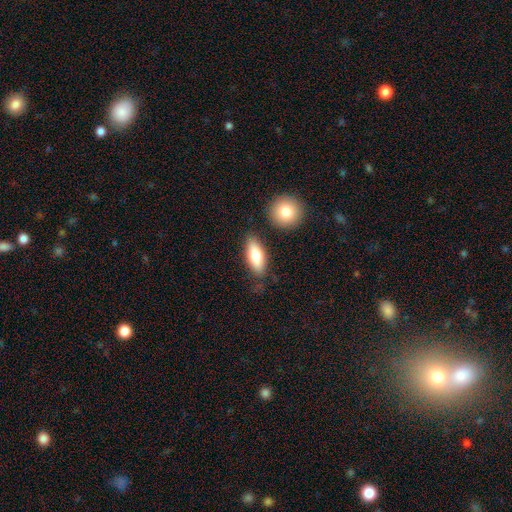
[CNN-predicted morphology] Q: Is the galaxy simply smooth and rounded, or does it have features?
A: smooth — 75%.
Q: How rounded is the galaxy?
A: in between — 78%.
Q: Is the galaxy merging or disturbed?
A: none — 76%.